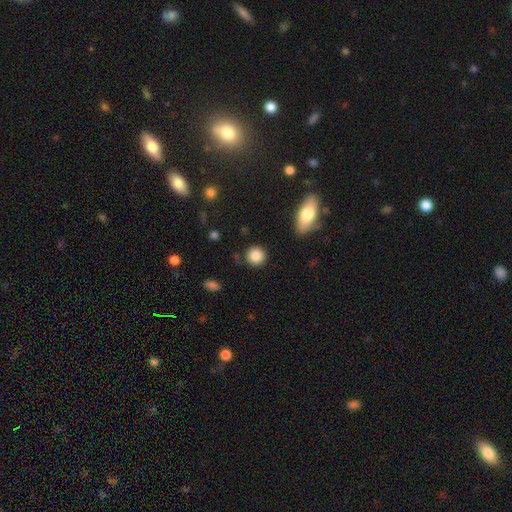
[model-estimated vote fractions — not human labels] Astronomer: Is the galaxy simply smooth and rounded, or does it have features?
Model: smooth — 87%.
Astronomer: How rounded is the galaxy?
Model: round — 91%.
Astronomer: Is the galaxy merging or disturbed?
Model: none — 86%.